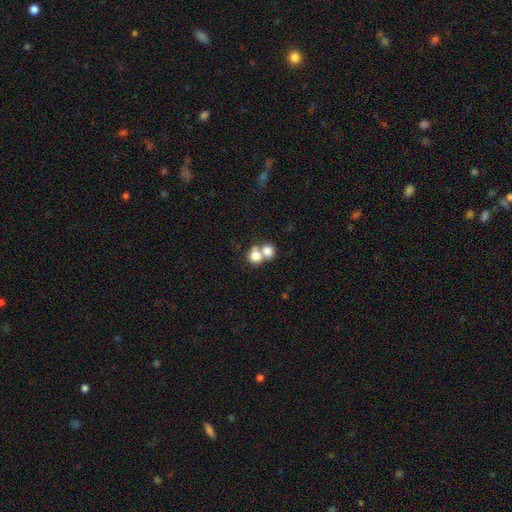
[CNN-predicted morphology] type=smooth (77%); roundness=round (73%); merging=merger (62%).